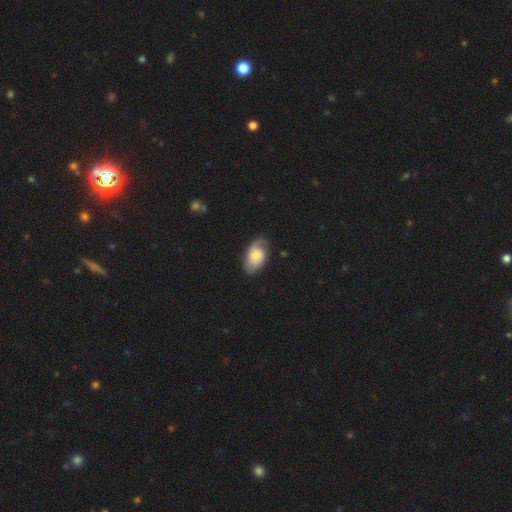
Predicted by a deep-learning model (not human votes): smooth 47%, featured or disk 46%, star or artifact 7%. Down the decision tree: merging — none (67%).